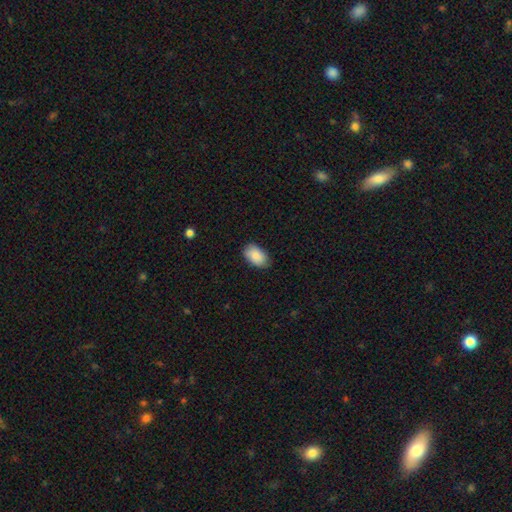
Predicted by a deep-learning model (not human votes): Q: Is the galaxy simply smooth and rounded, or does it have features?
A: smooth — 86%.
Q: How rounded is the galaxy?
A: in between — 92%.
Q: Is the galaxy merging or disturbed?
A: none — 80%.